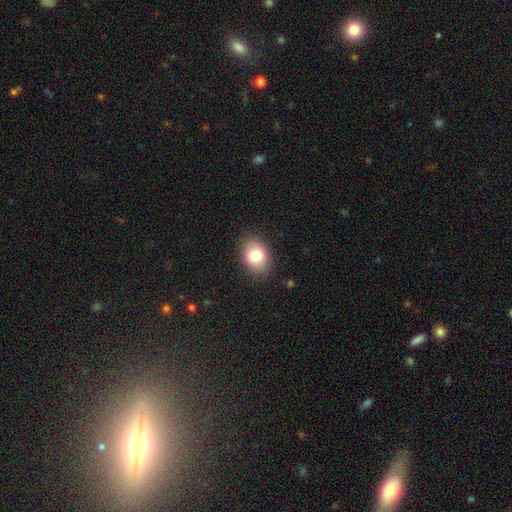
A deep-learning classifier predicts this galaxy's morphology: Smooth or featured: smooth — 82% (featured or disk — 10%)
How rounded: in between — 71% (round — 28%)
Merging: none — 87% (minor disturbance — 9%)